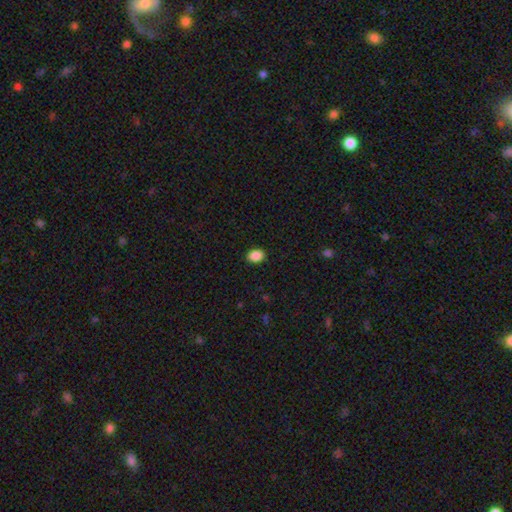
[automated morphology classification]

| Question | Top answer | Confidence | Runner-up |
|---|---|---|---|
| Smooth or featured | smooth | 89% | star or artifact (8%) |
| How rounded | in between | 74% | round (25%) |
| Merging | none | 90% | minor disturbance (7%) |